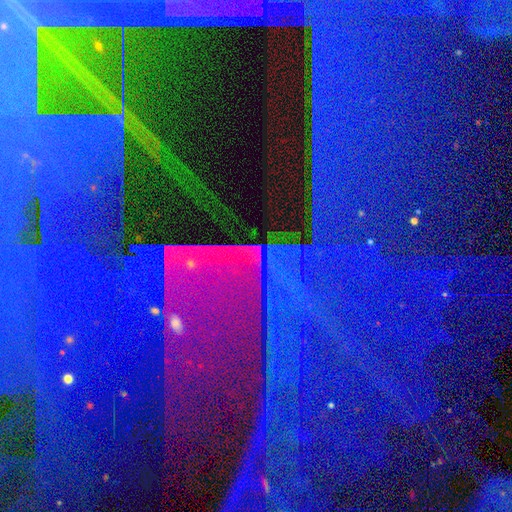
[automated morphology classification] This appears to be a star or artifact, not a galaxy (87%).